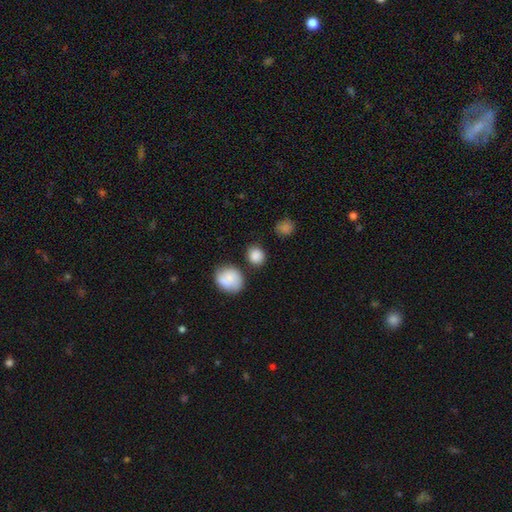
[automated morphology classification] Smooth or featured? Predicted: smooth (p=0.86). How rounded? Predicted: round (p=0.69). Merging? Predicted: none (p=0.77).